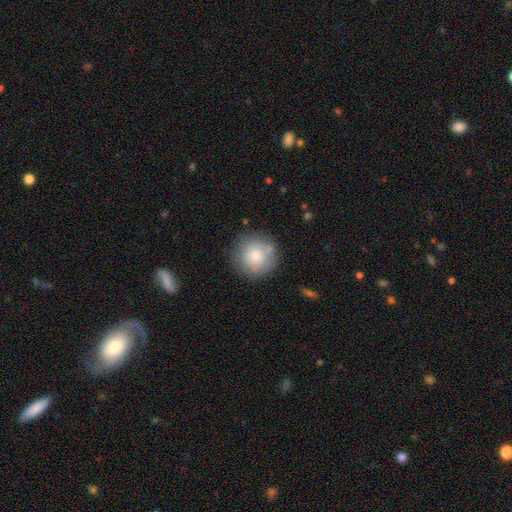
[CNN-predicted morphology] This appears to be a smooth galaxy with no disk features (77%) that is round (95%). Merging: none (79%).